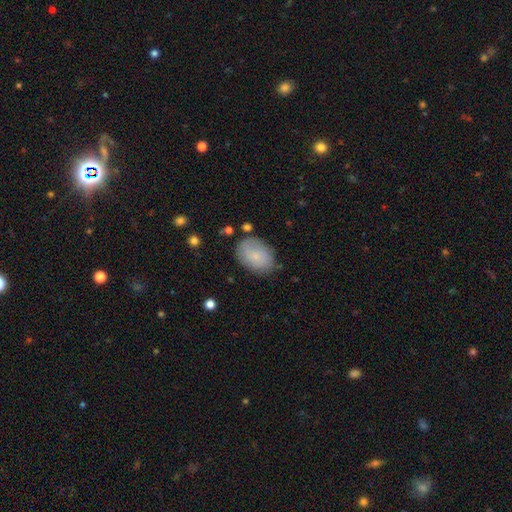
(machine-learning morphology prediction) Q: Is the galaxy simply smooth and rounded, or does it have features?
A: smooth — 77%.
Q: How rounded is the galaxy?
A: in between — 79%.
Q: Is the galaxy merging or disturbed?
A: none — 74%.